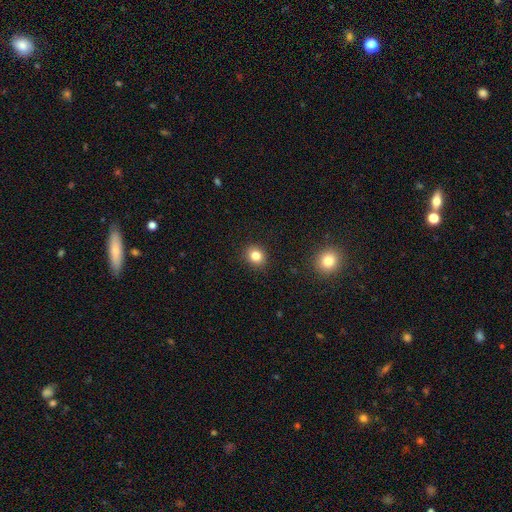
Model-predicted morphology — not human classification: A smooth galaxy with no disk features (82%) that is round (73%).

Vote fractions:
- Smooth or featured? smooth: 82% / star or artifact: 12% / featured or disk: 6%
- How rounded? round: 73% / in between: 26% / cigar-shaped: 1%
- Merging? none: 90% / minor disturbance: 7% / major disturbance: 2% / merger: 1%